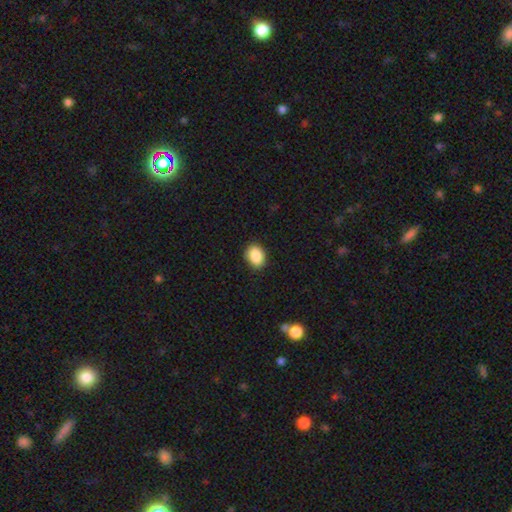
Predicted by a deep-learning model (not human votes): Smooth or featured? smooth (89%)
How rounded? in between (70%)
Merging? none (88%)